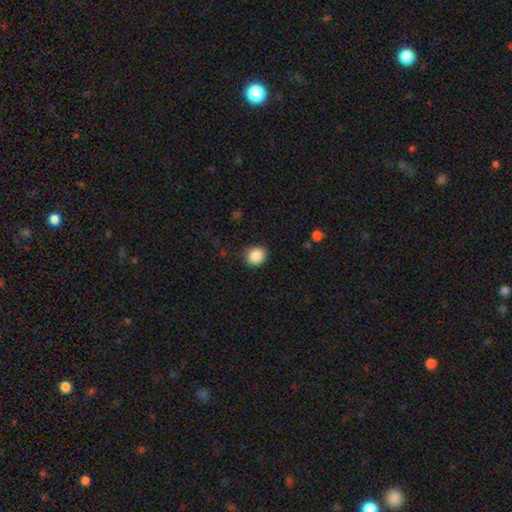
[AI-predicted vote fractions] A smooth galaxy with no disk features (87%) that is round (79%). Merging: none (87%).